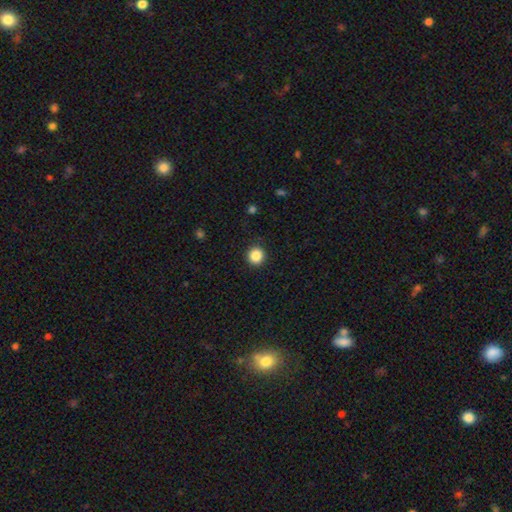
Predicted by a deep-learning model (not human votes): Smooth or featured?
  - smooth: 87% *
  - star or artifact: 10%
  - featured or disk: 3%
How rounded?
  - round: 94% *
  - in between: 5%
  - cigar-shaped: 1%
Merging?
  - none: 92% *
  - minor disturbance: 5%
  - major disturbance: 2%
  - merger: 1%